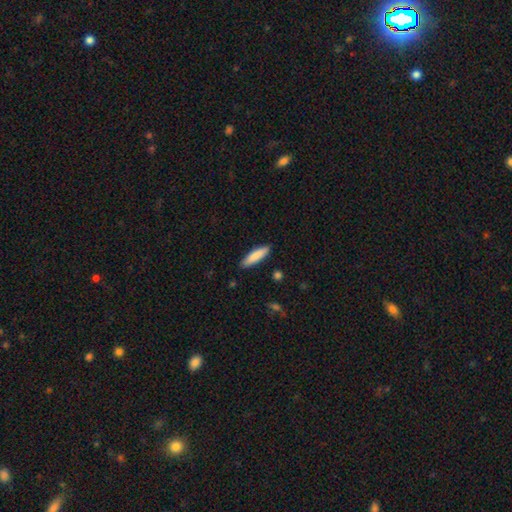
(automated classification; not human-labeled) Smooth or featured? Predicted: smooth (p=0.85). How rounded? Predicted: cigar-shaped (p=0.73). Merging? Predicted: none (p=0.88).